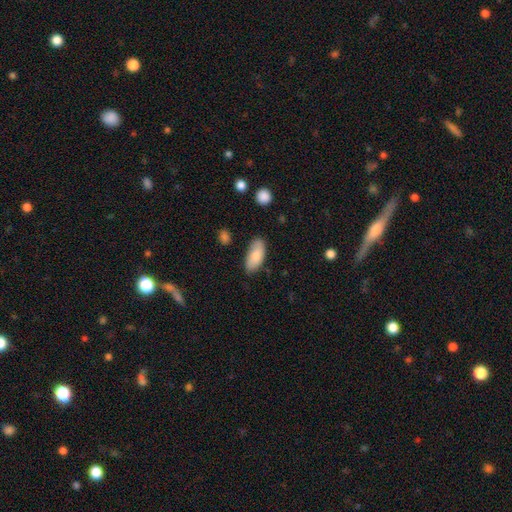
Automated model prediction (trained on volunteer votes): This is clearly a smooth galaxy (82%). How rounded: clearly in between (89%). Merging: likely none (77%).